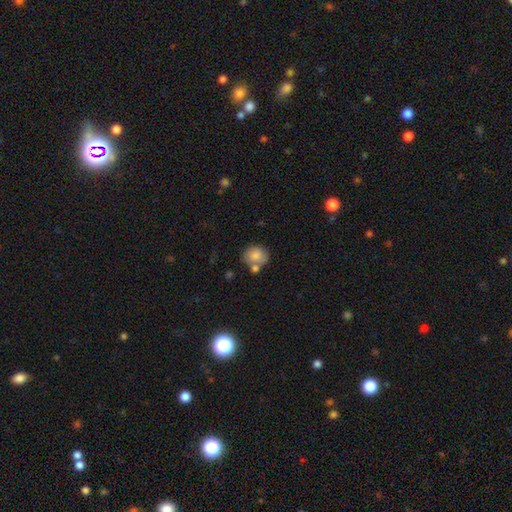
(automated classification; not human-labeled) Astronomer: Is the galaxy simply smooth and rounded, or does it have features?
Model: smooth — 80%.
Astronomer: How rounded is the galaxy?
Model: round — 72%.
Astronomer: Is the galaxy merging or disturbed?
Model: none — 51%.